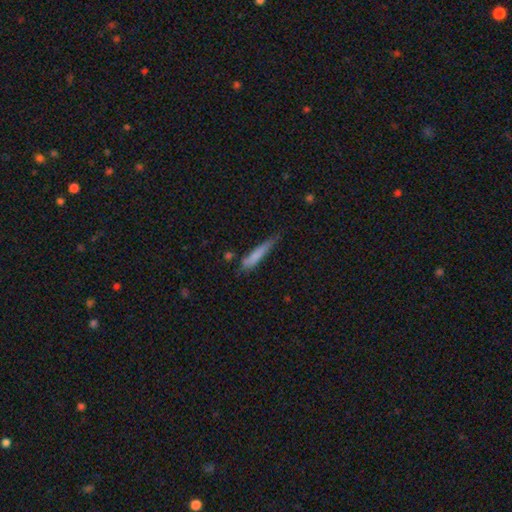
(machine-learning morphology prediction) smooth_or_featured: smooth (p=0.74) [alt: featured or disk p=0.19]
how_rounded: cigar-shaped (p=0.89) [alt: in between p=0.10]
merging: none (p=0.53) [alt: minor disturbance p=0.32]